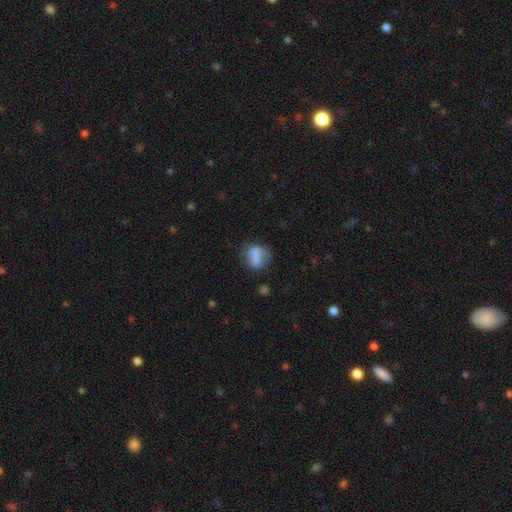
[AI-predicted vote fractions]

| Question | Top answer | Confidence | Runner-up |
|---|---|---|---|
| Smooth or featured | smooth | 68% | featured or disk (22%) |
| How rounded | in between | 51% | round (42%) |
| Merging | none | 57% | minor disturbance (25%) |